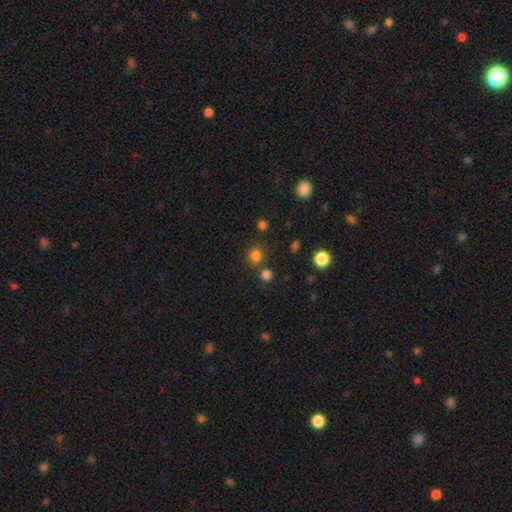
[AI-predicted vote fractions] Overall: smooth (79%). How rounded: round (87%). Merging: none (77%).